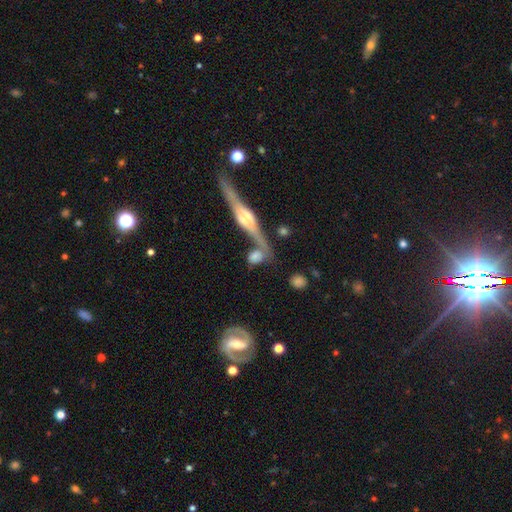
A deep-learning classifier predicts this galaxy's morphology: A featured or disk galaxy (49%). Merging: none (45%).